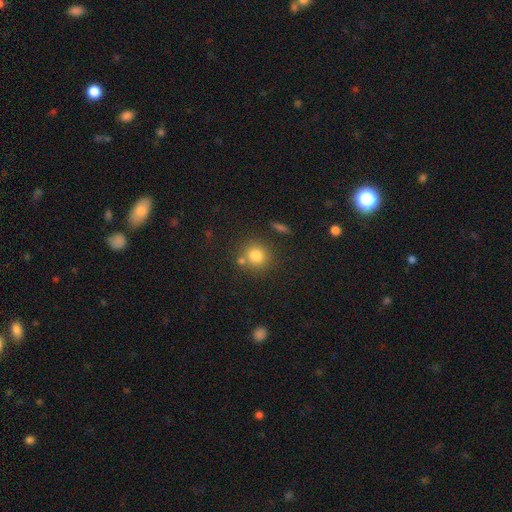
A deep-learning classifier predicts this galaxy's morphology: A smooth galaxy with no disk features (79%) that is round (87%).

Vote fractions:
- Smooth or featured? smooth: 79% / star or artifact: 12% / featured or disk: 9%
- How rounded? round: 87% / in between: 12% / cigar-shaped: 1%
- Merging? none: 70% / merger: 16% / minor disturbance: 10% / major disturbance: 4%